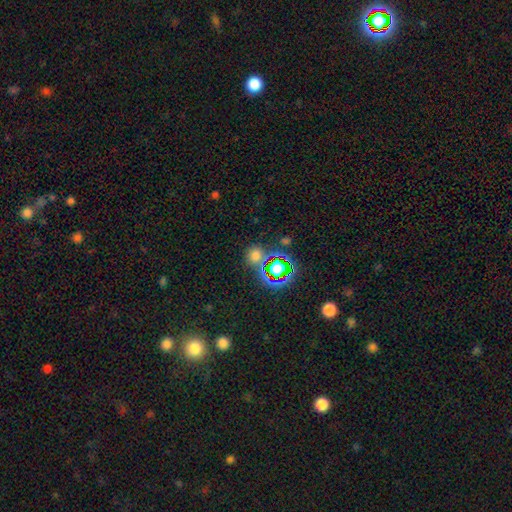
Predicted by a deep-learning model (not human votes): This appears to be a smooth galaxy with no disk features (58%) that is round (81%). Merging: none (72%).